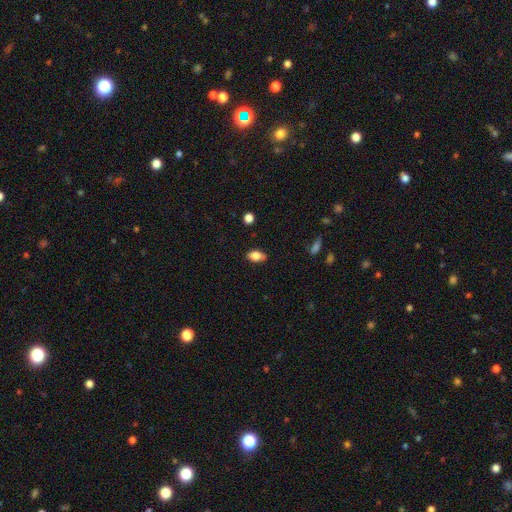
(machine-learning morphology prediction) smooth-or-featured: smooth: 81% | featured or disk: 10% | star or artifact: 9%
  how-rounded: in between: 87% | round: 9% | cigar-shaped: 3%
  merging: none: 77% | minor disturbance: 18% | major disturbance: 3% | merger: 2%